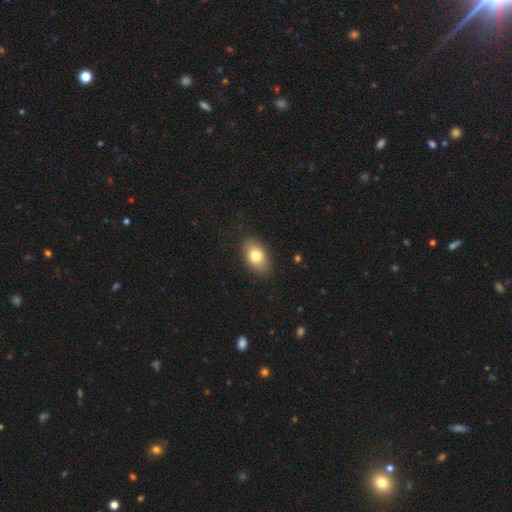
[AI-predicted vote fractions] A smooth galaxy with no disk features (79%) that is in between round and cigar-shaped (89%). Merging: none (85%).